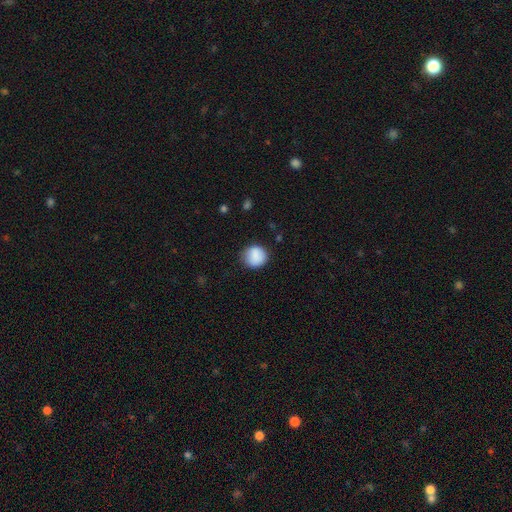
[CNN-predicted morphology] A smooth galaxy with no disk features (88%) that is round (88%). Merging: none (78%).